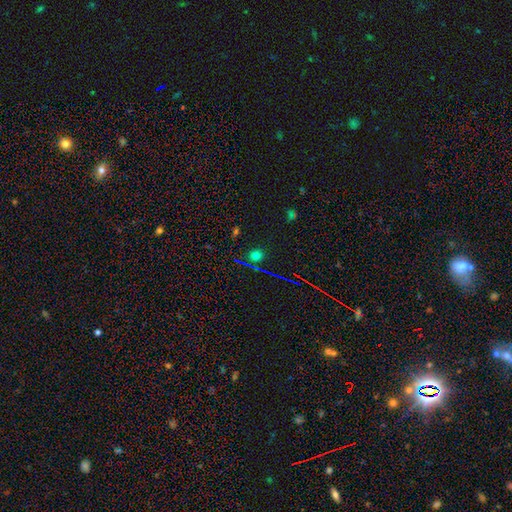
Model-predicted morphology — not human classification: The model was most divided on "smooth or featured": smooth: 59%, star or artifact: 32%, featured or disk: 9%. More confident: merging — none (83%); how rounded — round (81%).